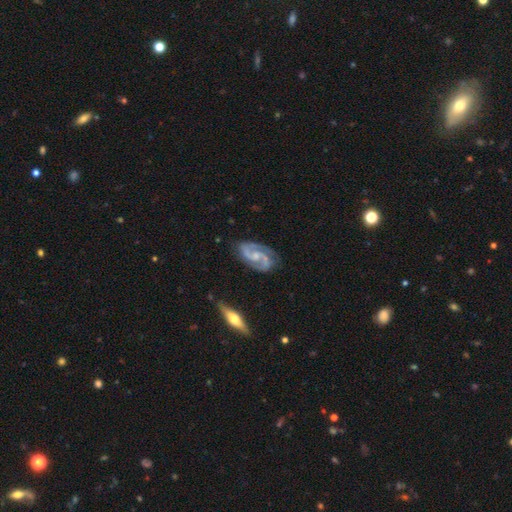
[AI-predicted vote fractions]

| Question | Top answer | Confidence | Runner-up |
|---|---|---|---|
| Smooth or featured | featured or disk | 91% | smooth (5%) |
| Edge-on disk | no | 97% | yes (3%) |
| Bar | no | 47% | weak (41%) |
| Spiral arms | yes | 98% | no (2%) |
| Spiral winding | medium | 57% | tight (29%) |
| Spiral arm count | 2 | 93% | can't tell (2%) |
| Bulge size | small | 52% | moderate (33%) |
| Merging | none | 78% | minor disturbance (15%) |